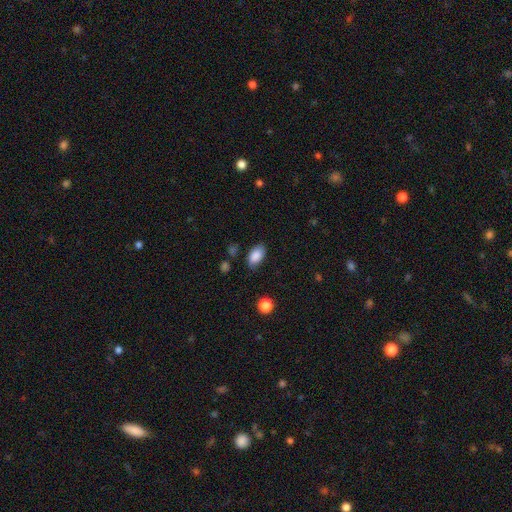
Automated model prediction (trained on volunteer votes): This is clearly a smooth galaxy (87%). How rounded: clearly in between (92%). Merging: likely none (79%).